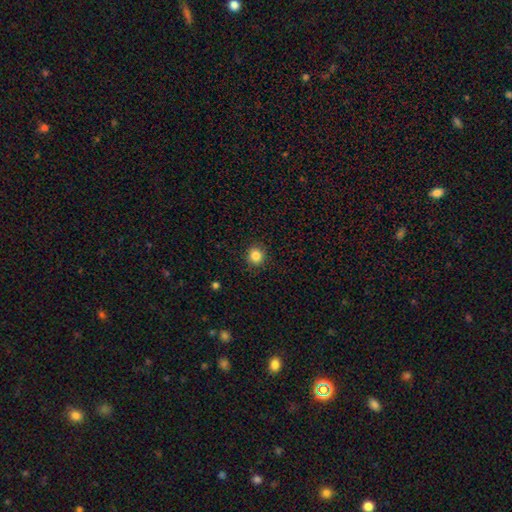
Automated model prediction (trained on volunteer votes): A smooth galaxy with no disk features (85%) that is round (87%).

Vote fractions:
- Smooth or featured? smooth: 85% / star or artifact: 11% / featured or disk: 5%
- How rounded? round: 87% / in between: 12% / cigar-shaped: 1%
- Merging? none: 90% / minor disturbance: 7% / major disturbance: 2% / merger: 1%